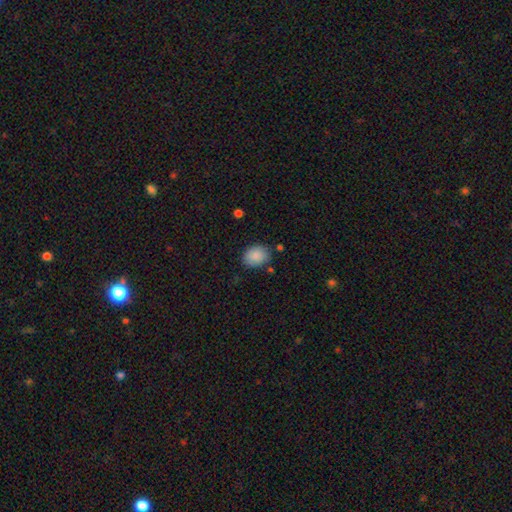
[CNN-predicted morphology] type=smooth (88%); roundness=in between (58%); merging=none (78%).